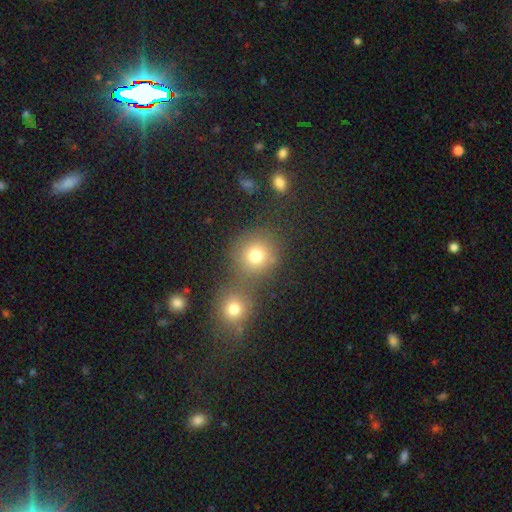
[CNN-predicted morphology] Smooth or featured: smooth — 77% (star or artifact — 15%)
How rounded: round — 85% (in between — 14%)
Merging: none — 51% (merger — 38%)